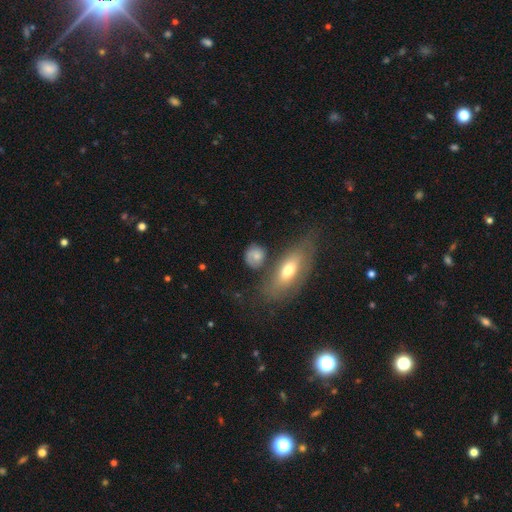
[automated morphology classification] smooth_or_featured: smooth (p=0.70) [alt: featured or disk p=0.22]
how_rounded: round (p=0.65) [alt: in between p=0.31]
merging: none (p=0.62) [alt: minor disturbance p=0.18]